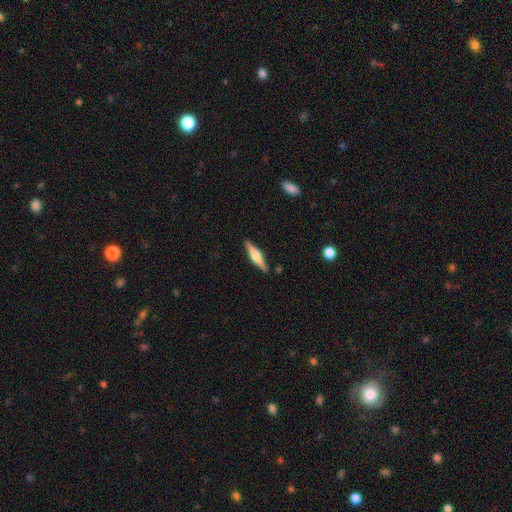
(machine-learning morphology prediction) smooth_or_featured: featured or disk (p=0.63) [alt: smooth p=0.32]
disk_edge_on: yes (p=0.97) [alt: no p=0.03]
edge_on_bulge: rounded (p=0.82) [alt: boxy p=0.14]
merging: none (p=0.89) [alt: minor disturbance p=0.08]